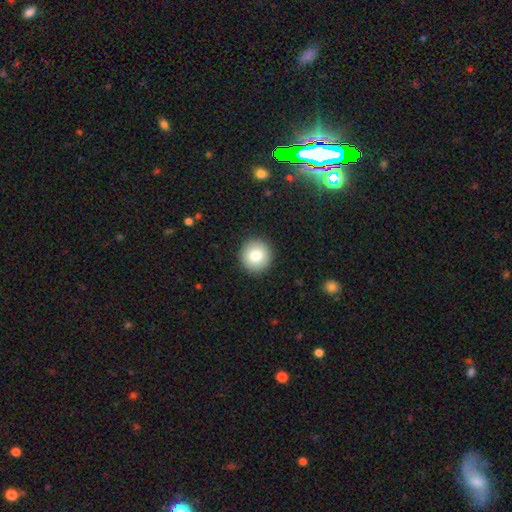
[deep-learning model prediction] smooth_or_featured: smooth (p=0.82) [alt: featured or disk p=0.10]
how_rounded: round (p=0.94) [alt: in between p=0.05]
merging: none (p=0.92) [alt: minor disturbance p=0.05]